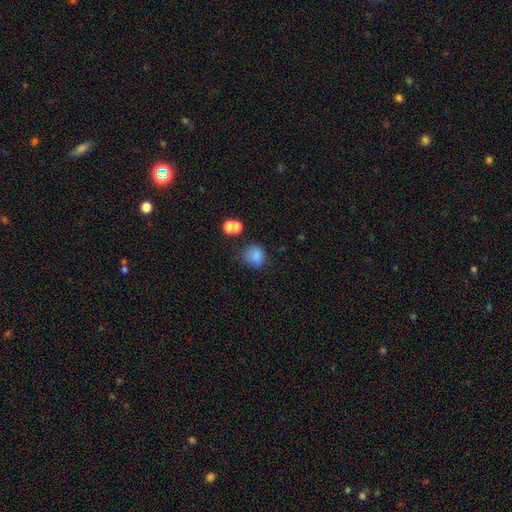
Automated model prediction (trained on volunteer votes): smooth_or_featured: smooth (p=0.80) [alt: star or artifact p=0.12]
how_rounded: round (p=0.79) [alt: in between p=0.20]
merging: none (p=0.66) [alt: minor disturbance p=0.19]